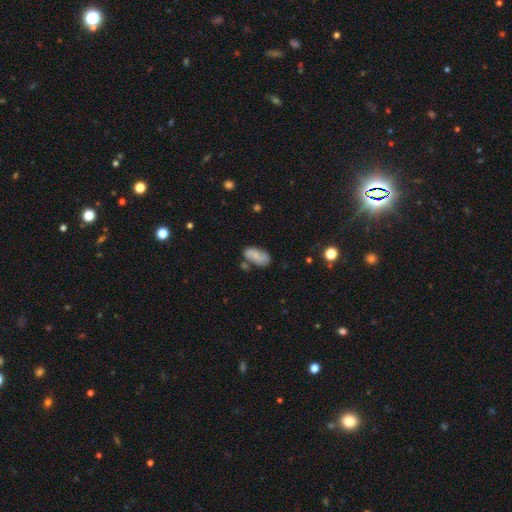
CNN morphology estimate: Smooth or featured: smooth — 58% (featured or disk — 34%)
How rounded: in between — 91% (cigar-shaped — 5%)
Merging: none — 57% (minor disturbance — 22%)